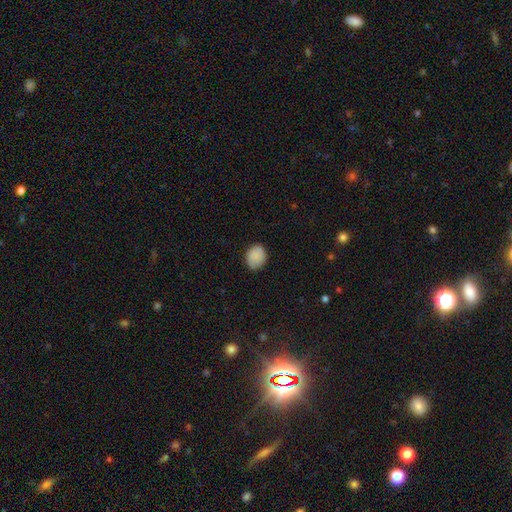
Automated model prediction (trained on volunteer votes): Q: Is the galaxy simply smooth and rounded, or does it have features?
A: smooth — 87%.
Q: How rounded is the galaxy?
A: round — 59%.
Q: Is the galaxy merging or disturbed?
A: none — 77%.